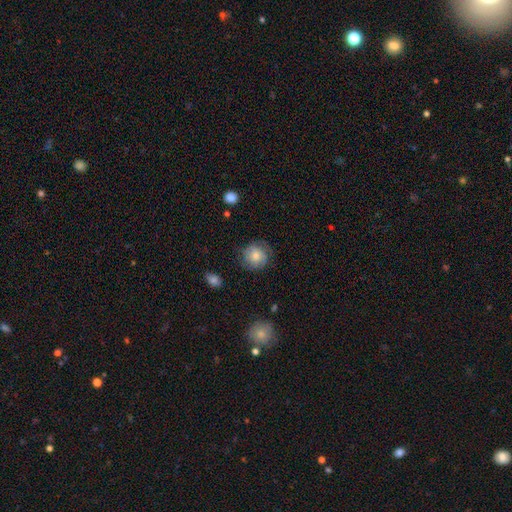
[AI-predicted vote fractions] Smooth or featured: smooth — 59% (featured or disk — 32%)
How rounded: round — 87% (in between — 12%)
Merging: none — 70% (minor disturbance — 20%)